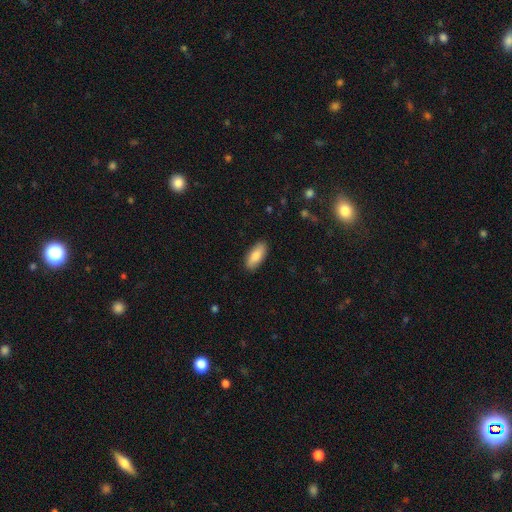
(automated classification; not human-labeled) A smooth galaxy with no disk features (82%) that is in between round and cigar-shaped (82%). Merging: none (89%).